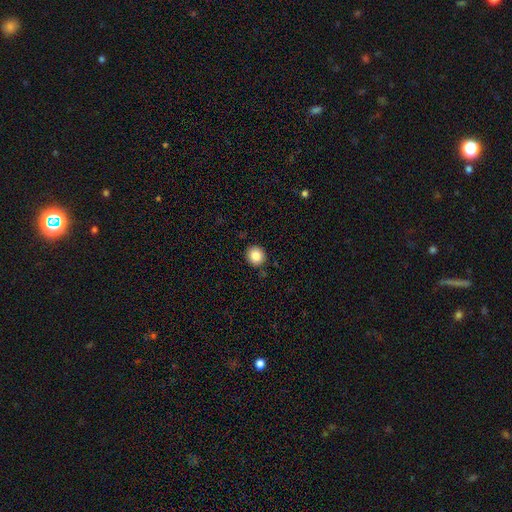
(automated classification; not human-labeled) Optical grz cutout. It shows a smooth galaxy with no disk features (84%) that is round (86%). Merging: none (89%).